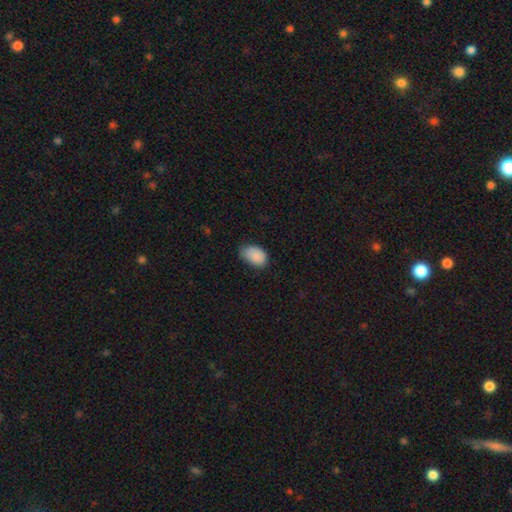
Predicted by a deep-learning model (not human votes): Smooth or featured?
  - smooth: 88% *
  - star or artifact: 8%
  - featured or disk: 5%
How rounded?
  - in between: 88% *
  - round: 11%
  - cigar-shaped: 1%
Merging?
  - none: 54% *
  - minor disturbance: 38%
  - major disturbance: 7%
  - merger: 1%